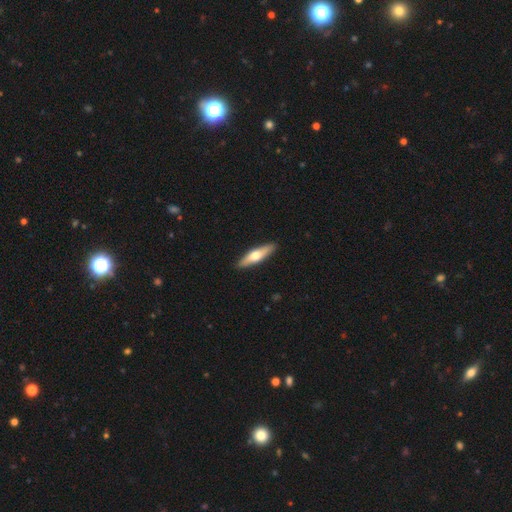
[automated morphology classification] type=smooth (50%); merging=none (91%).